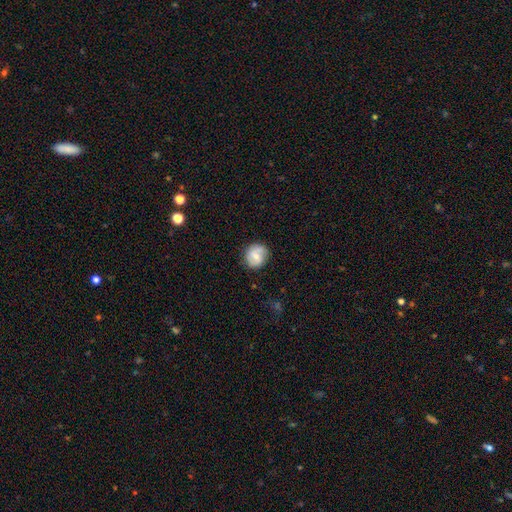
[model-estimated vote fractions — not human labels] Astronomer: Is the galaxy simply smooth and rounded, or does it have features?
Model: smooth — 48% (runner-up: featured or disk, 45%).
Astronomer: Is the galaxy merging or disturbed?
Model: none — 79%.